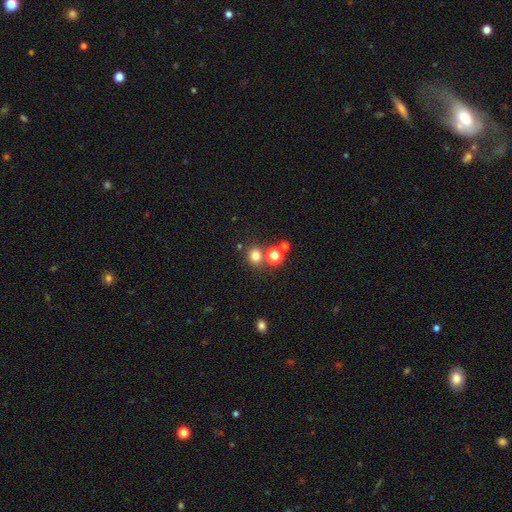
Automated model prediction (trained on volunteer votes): Q: Smooth or featured?
A: smooth (77%); runner-up: star or artifact (17%)
Q: How rounded?
A: round (81%); runner-up: in between (18%)
Q: Merging?
A: none (71%); runner-up: merger (17%)